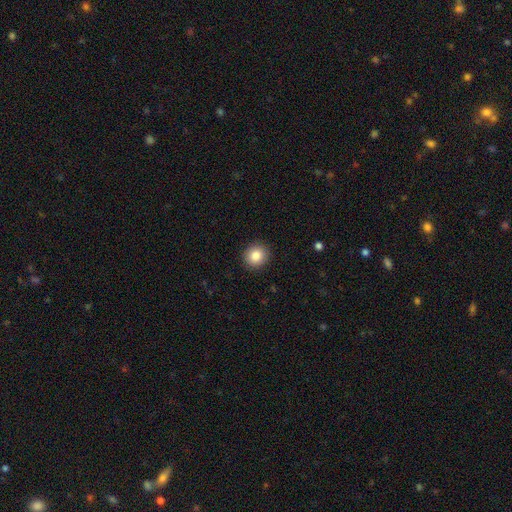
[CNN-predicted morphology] Overall: smooth (85%). How rounded: round (85%). Merging: none (92%).